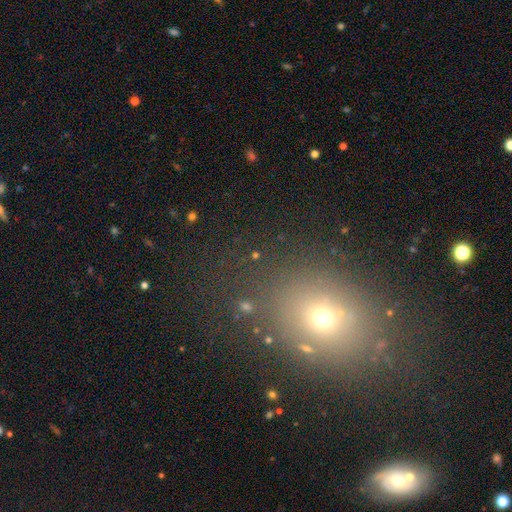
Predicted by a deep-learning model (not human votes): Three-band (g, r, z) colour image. It shows a smooth galaxy with no disk features (53%) that is round (54%). Merging: none (77%).